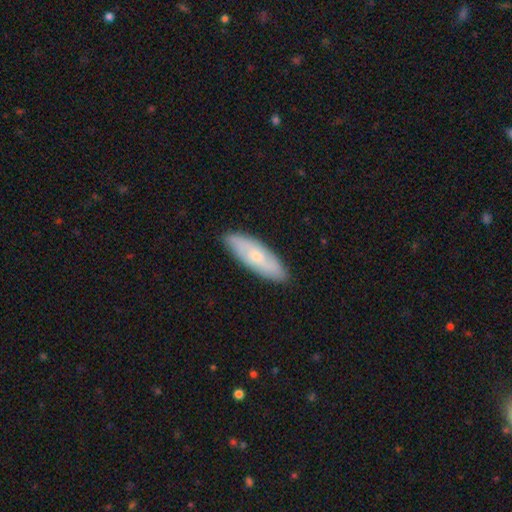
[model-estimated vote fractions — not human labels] Smooth or featured? Predicted: smooth (p=0.52). How rounded? Predicted: in between (p=0.57). Merging? Predicted: none (p=0.87).